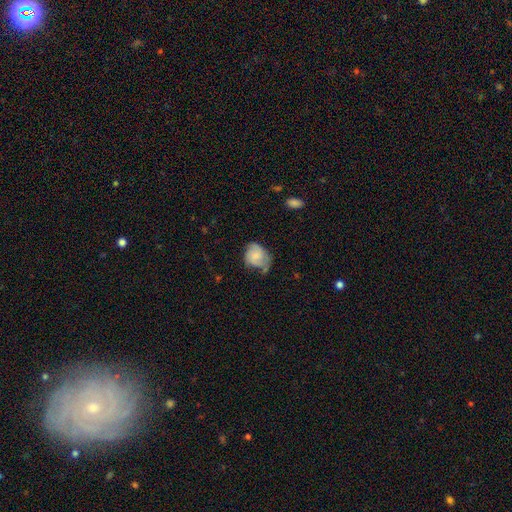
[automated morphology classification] This is possibly a smooth galaxy (54%). How rounded: possibly in between (50%). Merging: marginally none (41%).